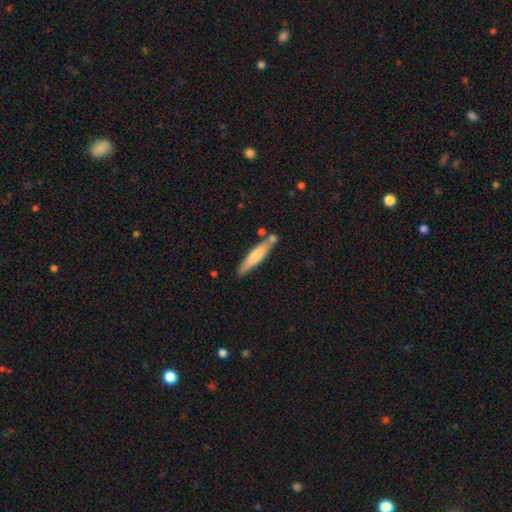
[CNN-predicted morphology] type=smooth (66%); roundness=cigar-shaped (88%); merging=none (72%).